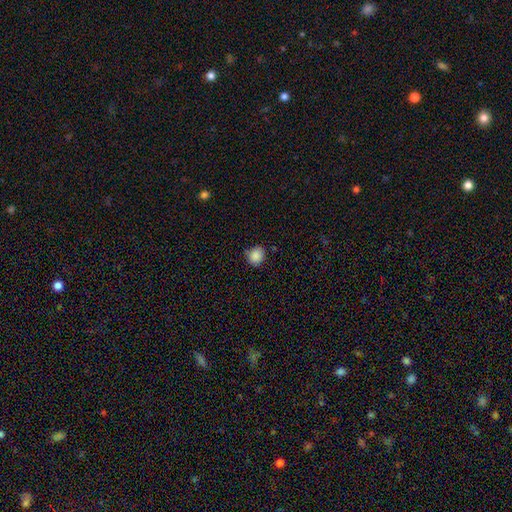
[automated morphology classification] Smooth or featured?
  - smooth: 87% *
  - star or artifact: 9%
  - featured or disk: 3%
How rounded?
  - round: 78% *
  - in between: 21%
  - cigar-shaped: 1%
Merging?
  - none: 80% *
  - minor disturbance: 15%
  - major disturbance: 3%
  - merger: 2%